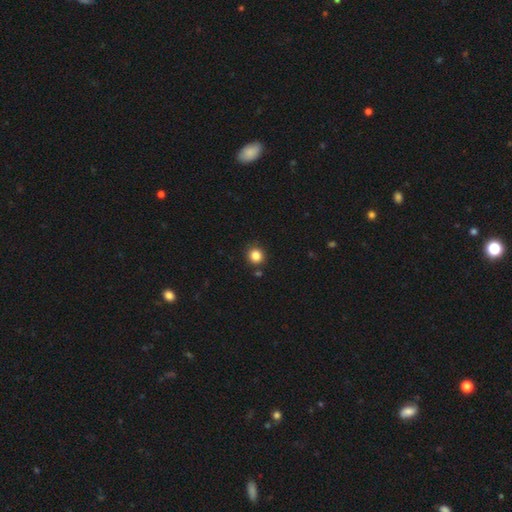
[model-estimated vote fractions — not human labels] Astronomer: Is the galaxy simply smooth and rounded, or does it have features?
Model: smooth — 84%.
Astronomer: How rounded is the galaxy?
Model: round — 90%.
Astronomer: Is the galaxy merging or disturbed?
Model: none — 88%.